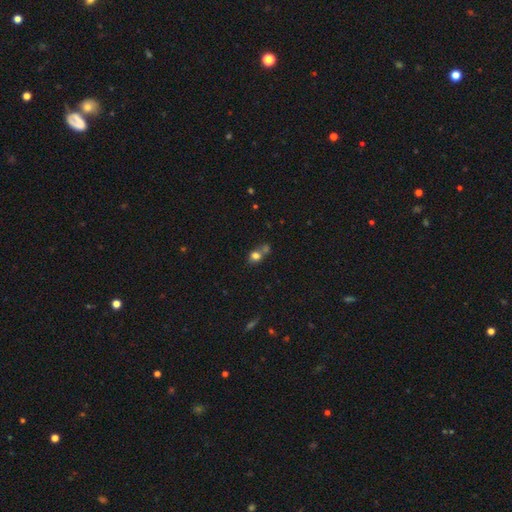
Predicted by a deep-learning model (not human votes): Morphology: type=smooth (75%); roundness=round (70%); merging=merger (46%).